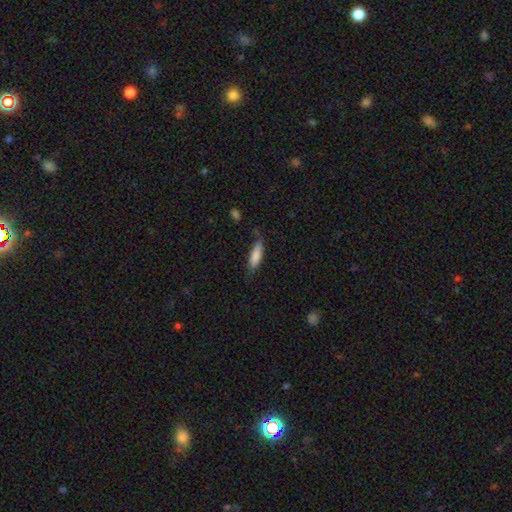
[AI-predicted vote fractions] This appears to be a smooth galaxy with no disk features (81%) that is cigar-shaped (53%). Merging: none (63%).